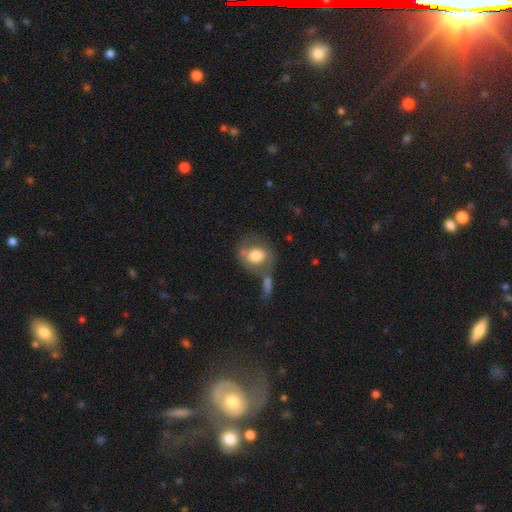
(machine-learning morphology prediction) Q: Smooth or featured?
A: smooth (63%); runner-up: featured or disk (30%)
Q: How rounded?
A: round (60%); runner-up: in between (38%)
Q: Merging?
A: none (45%); runner-up: merger (25%)